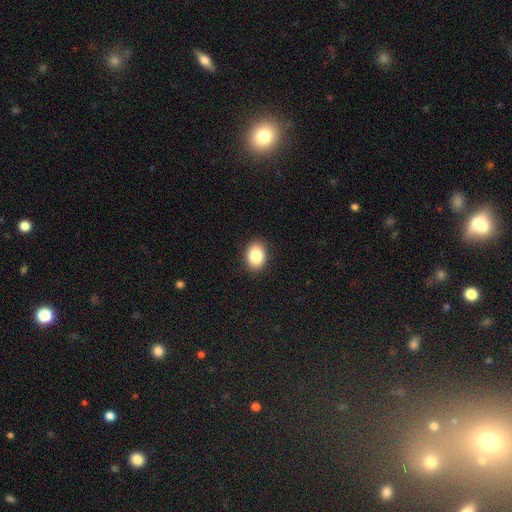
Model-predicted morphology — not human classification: Smooth or featured: smooth — 86% (star or artifact — 8%)
How rounded: in between — 71% (round — 28%)
Merging: none — 89% (minor disturbance — 8%)